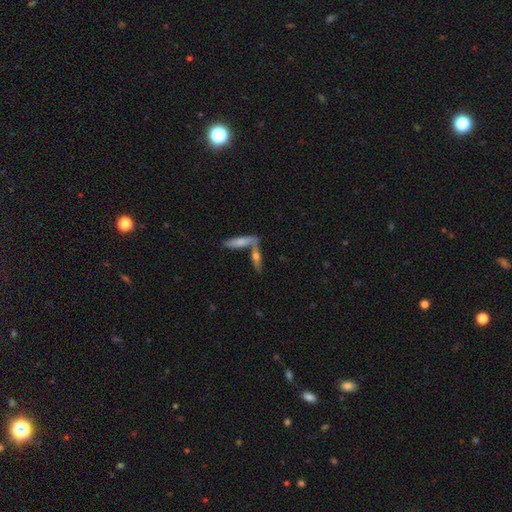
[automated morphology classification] A smooth galaxy with no disk features (48%).

Vote fractions:
- Smooth or featured? smooth: 48% / featured or disk: 42% / star or artifact: 10%
- Merging? none: 48% / merger: 40% / minor disturbance: 8% / major disturbance: 3%